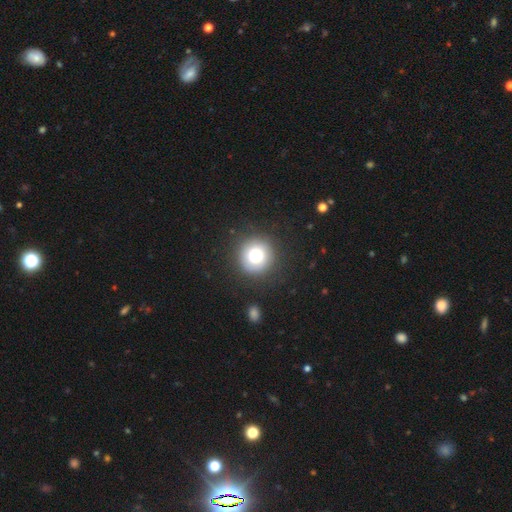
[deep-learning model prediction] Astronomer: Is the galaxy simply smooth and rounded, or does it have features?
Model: smooth — 77%.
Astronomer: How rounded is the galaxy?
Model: round — 95%.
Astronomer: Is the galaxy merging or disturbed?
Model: none — 88%.